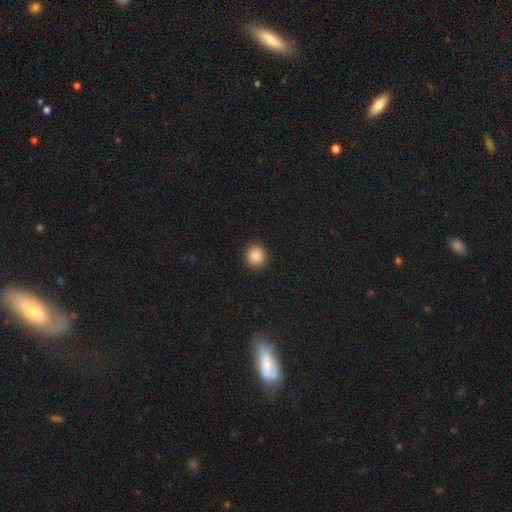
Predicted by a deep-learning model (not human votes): Overall: smooth (88%). How rounded: round (90%). Merging: none (92%).